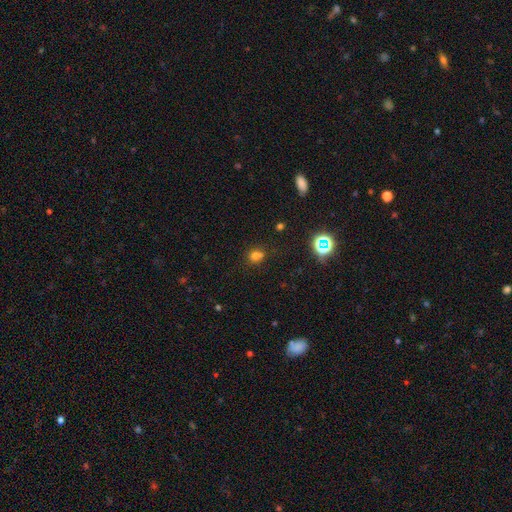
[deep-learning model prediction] A smooth galaxy with no disk features (69%) that is round (77%).

Vote fractions:
- Smooth or featured? smooth: 69% / star or artifact: 22% / featured or disk: 9%
- How rounded? round: 77% / in between: 22% / cigar-shaped: 1%
- Merging? none: 58% / merger: 24% / minor disturbance: 13% / major disturbance: 5%